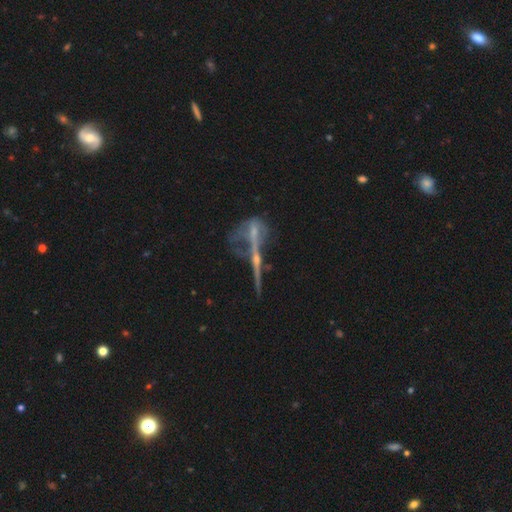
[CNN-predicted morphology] Smooth or featured: featured or disk — 66% (smooth — 17%)
Edge-on disk: yes — 68% (no — 32%)
Merging: merger — 42% (none — 29%)